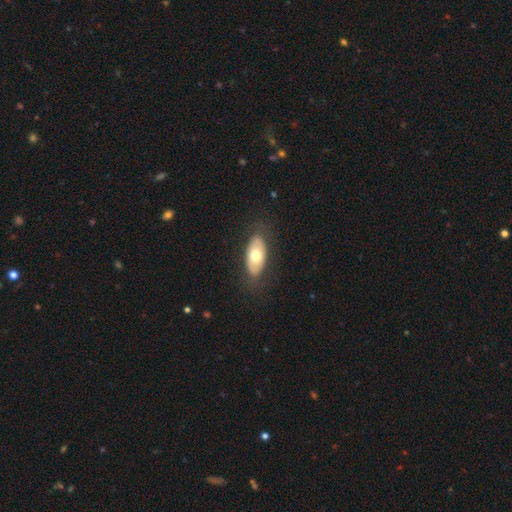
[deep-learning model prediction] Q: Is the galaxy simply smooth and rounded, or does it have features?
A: smooth — 62%.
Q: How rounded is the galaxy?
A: in between — 91%.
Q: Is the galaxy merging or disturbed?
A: none — 83%.